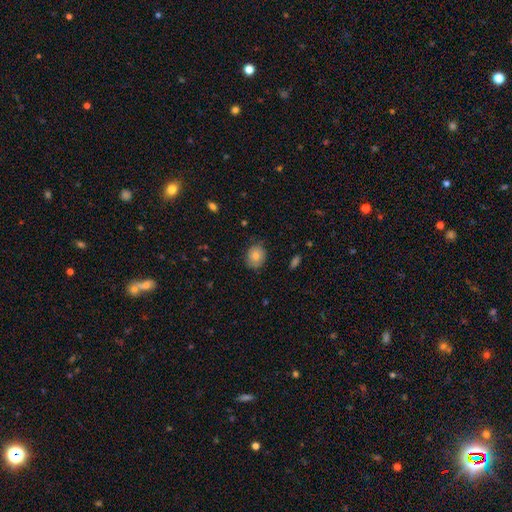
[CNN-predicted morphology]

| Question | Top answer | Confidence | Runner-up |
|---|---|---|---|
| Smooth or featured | smooth | 78% | featured or disk (14%) |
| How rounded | round | 61% | in between (38%) |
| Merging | none | 80% | minor disturbance (16%) |